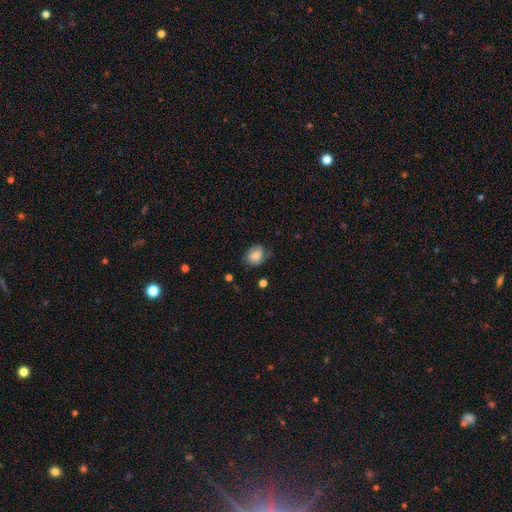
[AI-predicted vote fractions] Smooth or featured: smooth — 74% (featured or disk — 18%)
How rounded: round — 51% (in between — 48%)
Merging: none — 61% (minor disturbance — 28%)